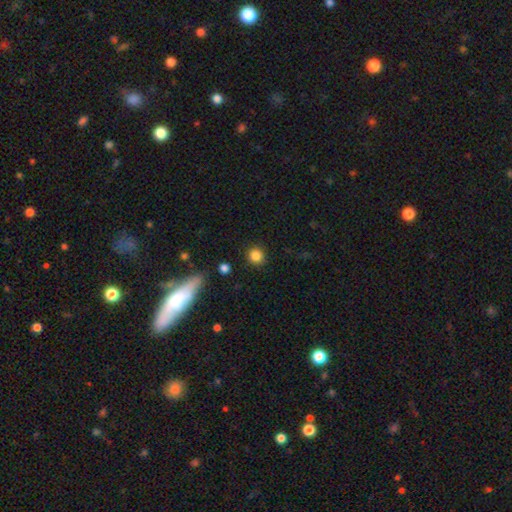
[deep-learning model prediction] Smooth or featured? smooth (84%)
How rounded? round (91%)
Merging? none (89%)